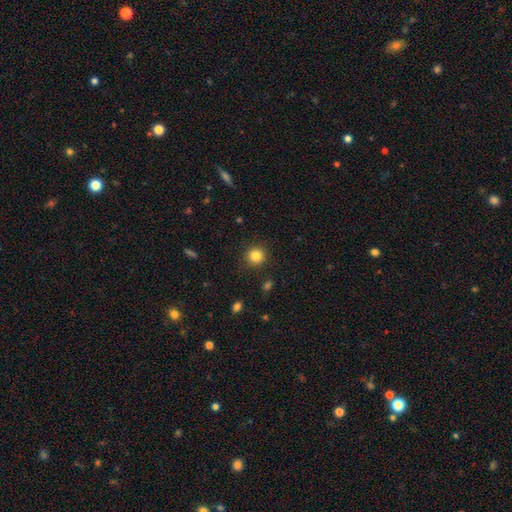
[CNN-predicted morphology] smooth-or-featured: smooth: 84% | star or artifact: 11% | featured or disk: 5%
  how-rounded: round: 93% | in between: 6% | cigar-shaped: 1%
  merging: none: 90% | minor disturbance: 6% | major disturbance: 2% | merger: 1%